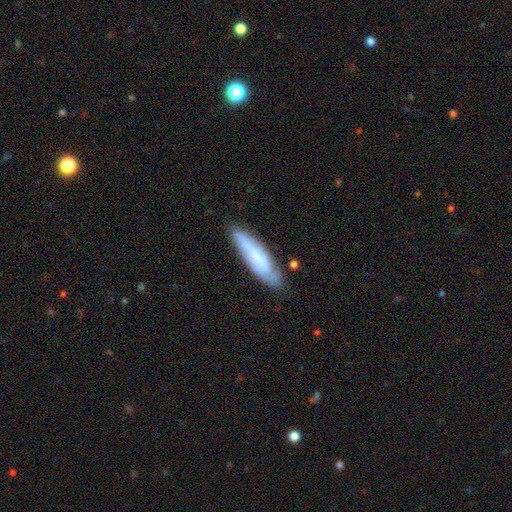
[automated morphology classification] type=smooth (55%); roundness=cigar-shaped (72%); merging=none (74%).